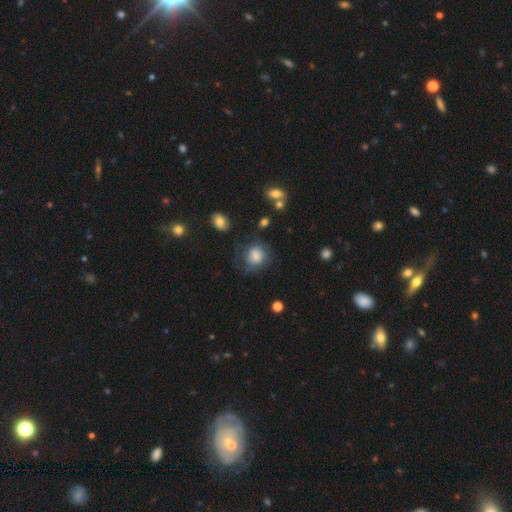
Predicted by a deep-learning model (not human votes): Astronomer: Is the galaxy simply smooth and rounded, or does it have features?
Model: smooth — 76%.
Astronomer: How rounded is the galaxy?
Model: round — 77%.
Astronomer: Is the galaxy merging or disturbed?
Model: none — 60%.